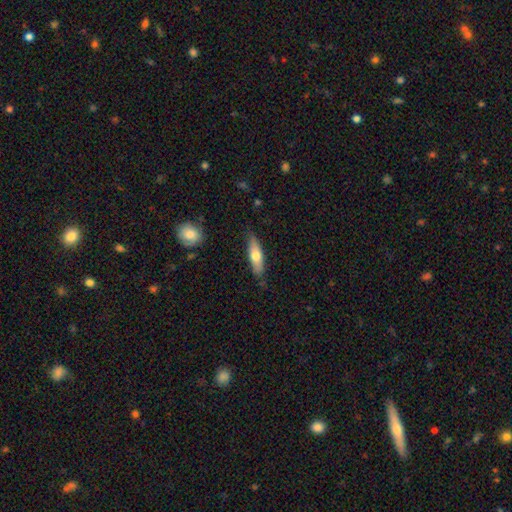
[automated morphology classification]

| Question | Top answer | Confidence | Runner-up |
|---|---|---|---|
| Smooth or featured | smooth | 63% | featured or disk (31%) |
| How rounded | cigar-shaped | 55% | in between (42%) |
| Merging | none | 80% | minor disturbance (16%) |